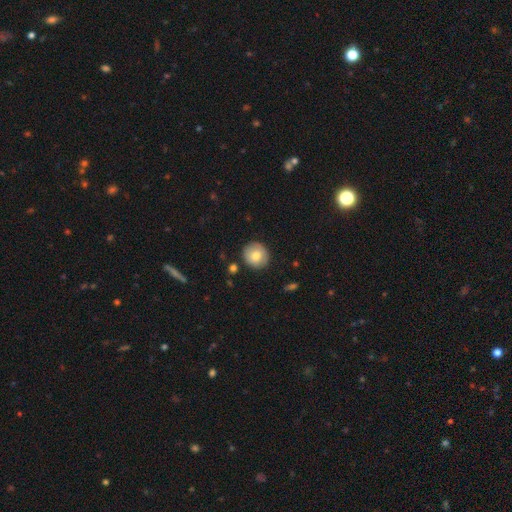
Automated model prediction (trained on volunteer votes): Smooth or featured?
  - smooth: 78% *
  - featured or disk: 15%
  - star or artifact: 8%
How rounded?
  - round: 92% *
  - in between: 7%
  - cigar-shaped: 1%
Merging?
  - none: 87% *
  - minor disturbance: 9%
  - major disturbance: 2%
  - merger: 2%